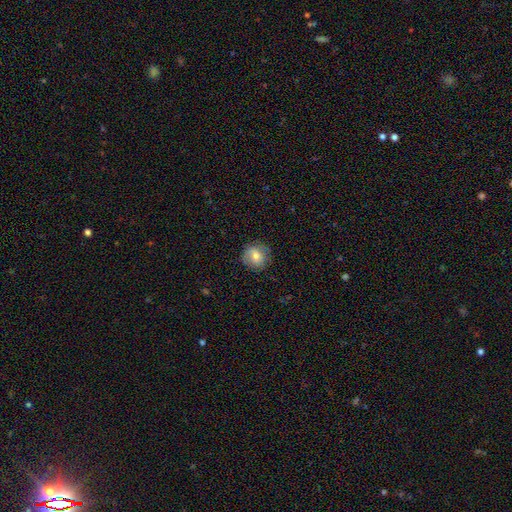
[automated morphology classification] This is likely a smooth galaxy (67%). How rounded: clearly round (82%). Merging: likely none (74%).